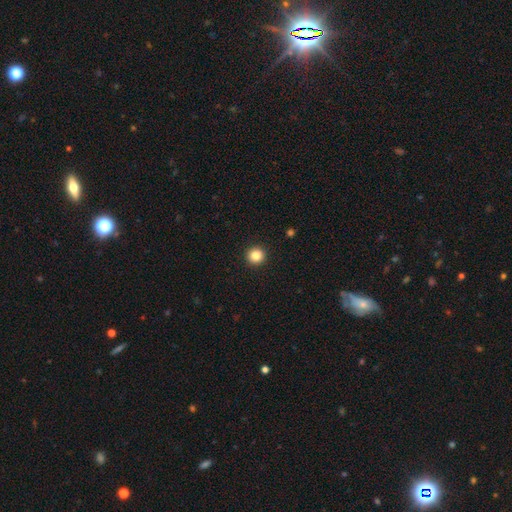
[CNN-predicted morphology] smooth 84%, star or artifact 11%, featured or disk 5%. Down the decision tree: how rounded — round (95%); merging — none (94%).